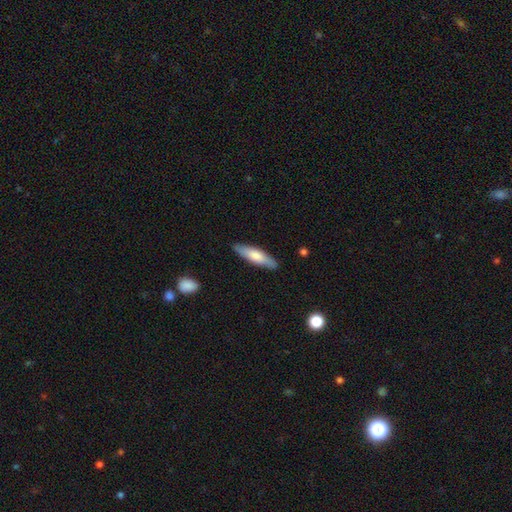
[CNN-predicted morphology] The model was most divided on "smooth or featured": smooth: 66%, featured or disk: 29%, star or artifact: 5%. More confident: merging — none (87%); how rounded — cigar-shaped (70%).